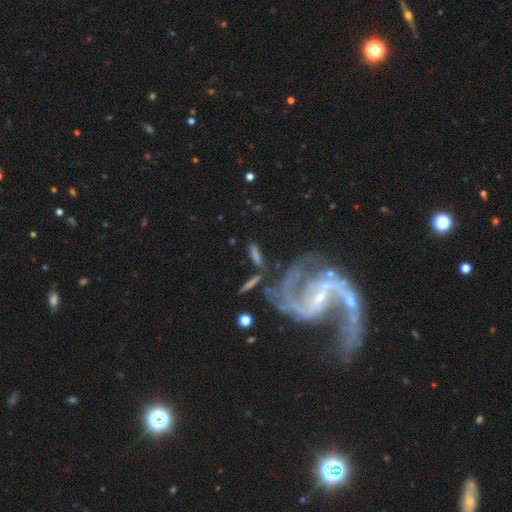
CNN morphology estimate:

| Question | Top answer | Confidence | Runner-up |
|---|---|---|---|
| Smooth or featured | featured or disk | 73% | smooth (18%) |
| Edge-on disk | no | 88% | yes (12%) |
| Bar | weak | 39% | strong (33%) |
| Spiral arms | yes | 88% | no (12%) |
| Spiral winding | loose | 40% | medium (39%) |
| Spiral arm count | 2 | 79% | can't tell (8%) |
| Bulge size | small | 72% | moderate (18%) |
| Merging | none | 54% | minor disturbance (19%) |